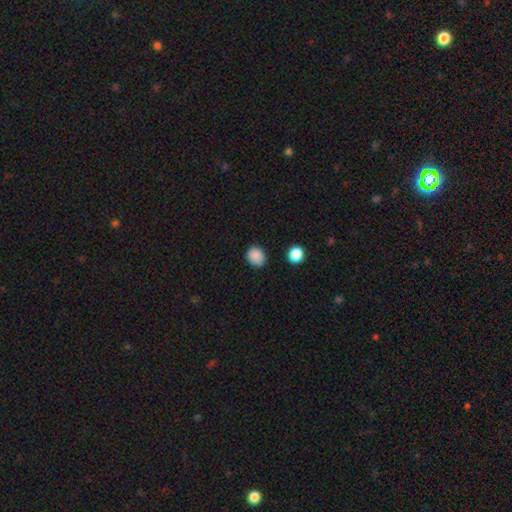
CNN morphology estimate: This is clearly a smooth galaxy (87%). How rounded: likely round (67%). Merging: clearly none (83%).